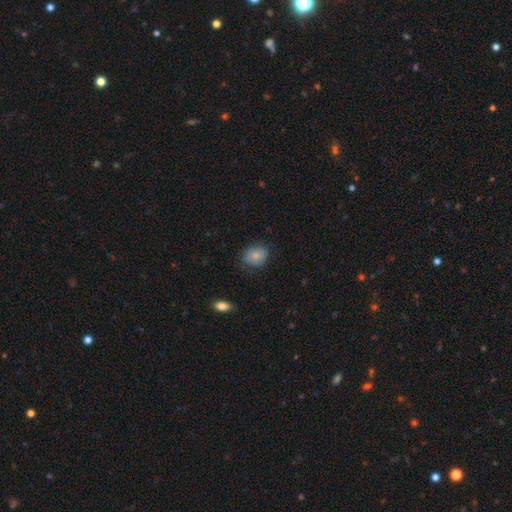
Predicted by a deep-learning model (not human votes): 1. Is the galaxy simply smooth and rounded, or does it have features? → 80% smooth, 12% featured or disk, 8% star or artifact.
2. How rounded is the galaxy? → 52% round, 47% in between, 1% cigar-shaped.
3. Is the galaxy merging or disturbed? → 75% none, 19% minor disturbance, 4% major disturbance, 1% merger.